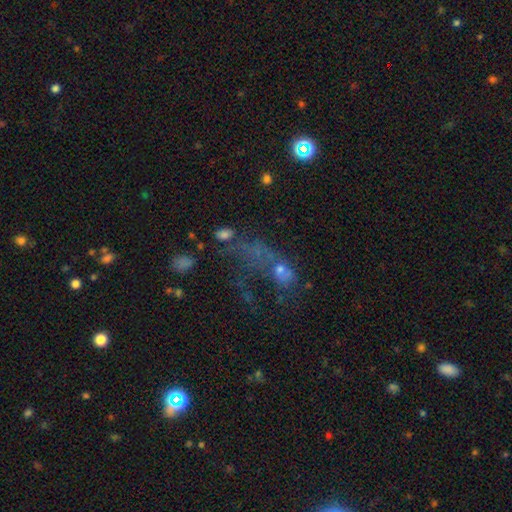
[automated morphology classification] Smooth or featured? star or artifact (35%)